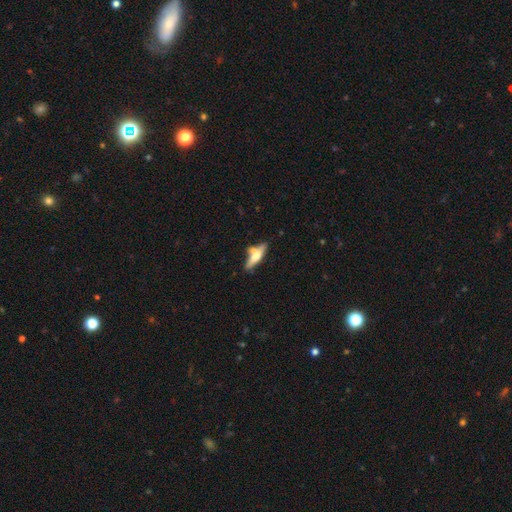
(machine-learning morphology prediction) featured or disk 48%, smooth 46%, star or artifact 6%. Down the decision tree: merging — none (57%).